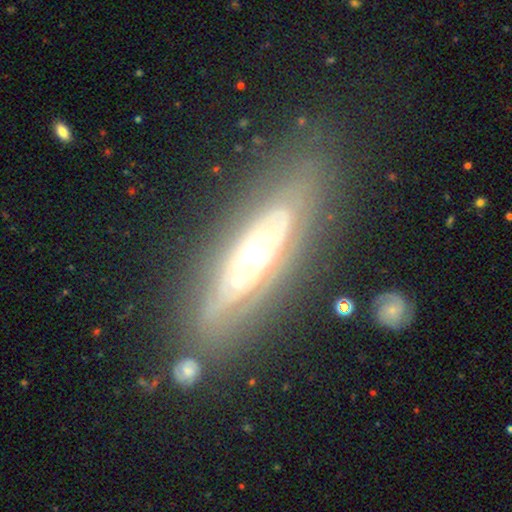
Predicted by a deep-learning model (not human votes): Smooth or featured: featured or disk — 80% (smooth — 14%)
Edge-on disk: no — 66% (yes — 34%)
Bar: no — 68% (weak — 20%)
Spiral arms: yes — 59% (no — 41%)
Bulge size: moderate — 54% (large — 30%)
Merging: none — 75% (minor disturbance — 15%)